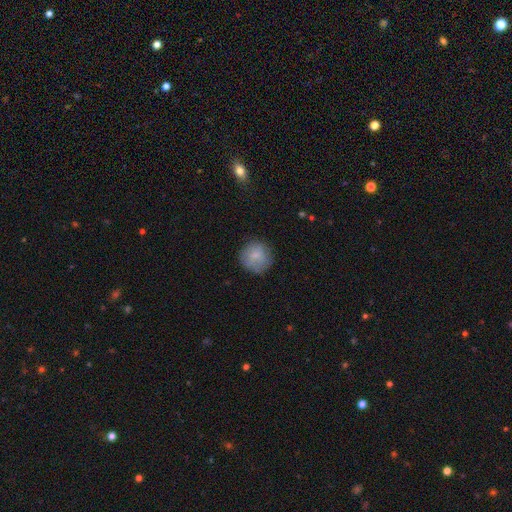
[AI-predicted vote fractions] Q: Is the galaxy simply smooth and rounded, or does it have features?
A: smooth — 71%.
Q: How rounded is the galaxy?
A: round — 90%.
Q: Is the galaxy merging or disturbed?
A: none — 73%.